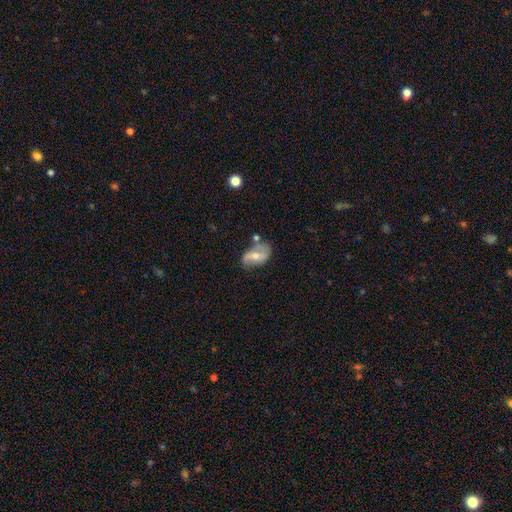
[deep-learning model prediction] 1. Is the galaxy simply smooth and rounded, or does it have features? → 59% featured or disk, 34% smooth, 7% star or artifact.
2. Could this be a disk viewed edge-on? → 94% no, 6% yes.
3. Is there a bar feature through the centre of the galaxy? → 39% weak, 37% no, 24% strong.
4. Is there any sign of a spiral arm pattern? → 78% yes, 22% no.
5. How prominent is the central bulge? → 54% moderate, 39% small, 3% large, 3% none, 1% dominant.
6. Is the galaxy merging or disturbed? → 54% none, 27% minor disturbance, 10% merger, 9% major disturbance.